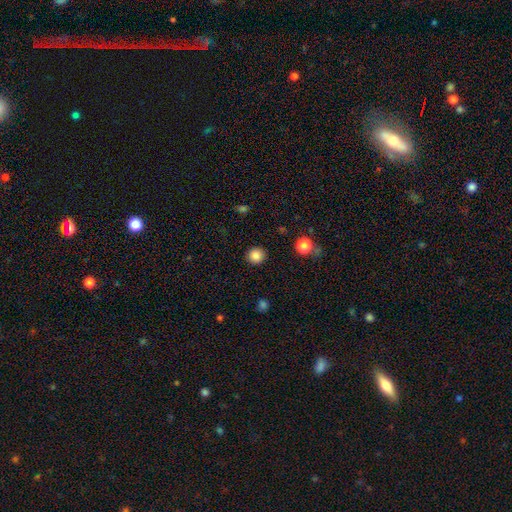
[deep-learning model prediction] A smooth galaxy with no disk features (86%) that is round (93%). Merging: none (91%).